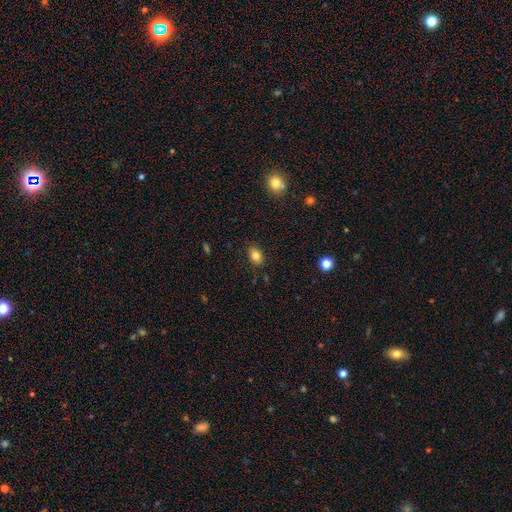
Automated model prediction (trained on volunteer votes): smooth_or_featured: smooth (p=0.81) [alt: star or artifact p=0.10]
how_rounded: in between (p=0.77) [alt: round p=0.21]
merging: none (p=0.85) [alt: minor disturbance p=0.11]